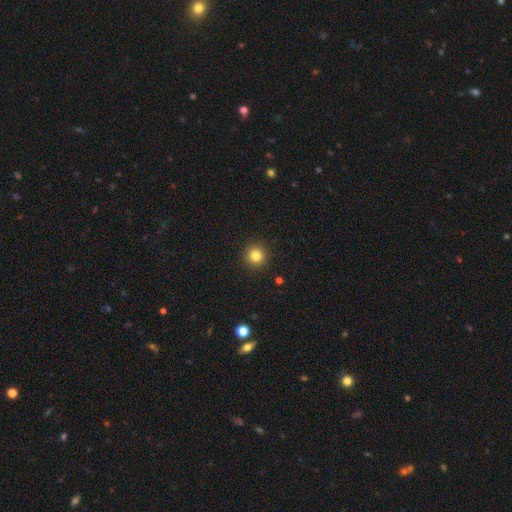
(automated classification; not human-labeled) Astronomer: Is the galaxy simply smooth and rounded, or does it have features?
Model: smooth — 82%.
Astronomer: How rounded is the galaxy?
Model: round — 95%.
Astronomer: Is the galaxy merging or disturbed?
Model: none — 92%.